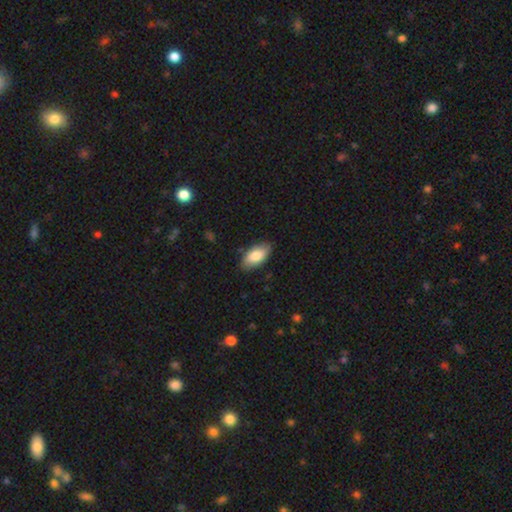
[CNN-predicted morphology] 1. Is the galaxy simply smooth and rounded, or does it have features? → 84% smooth, 10% featured or disk, 6% star or artifact.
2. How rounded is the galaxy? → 93% in between, 5% cigar-shaped, 2% round.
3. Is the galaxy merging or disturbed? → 84% none, 12% minor disturbance, 2% major disturbance, 1% merger.